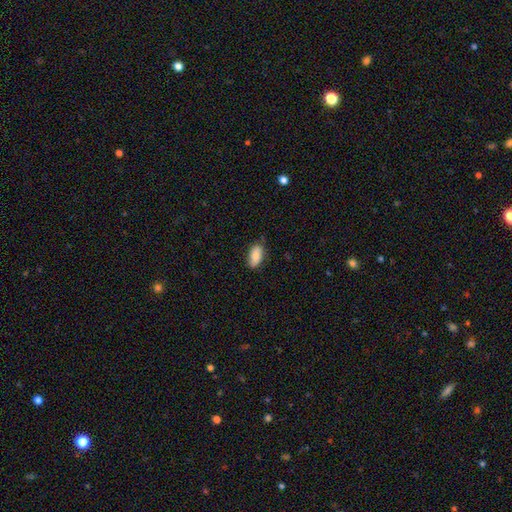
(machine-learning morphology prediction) The model was most divided on "merging": none: 79%, minor disturbance: 17%, major disturbance: 3%, merger: 1%. More confident: how rounded — in between (92%); smooth or featured — smooth (83%).